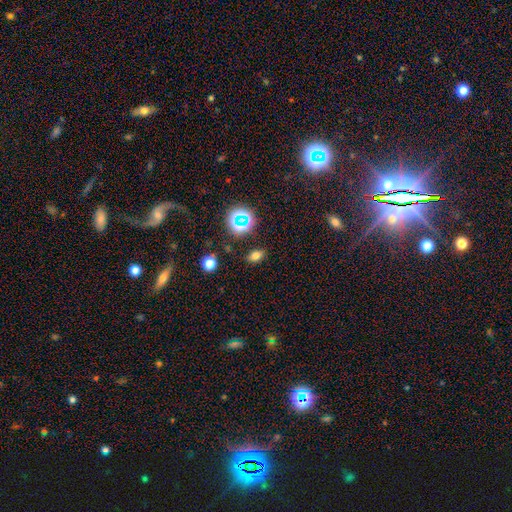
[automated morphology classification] This is likely a smooth galaxy (70%). How rounded: likely in between (79%). Merging: clearly none (86%).